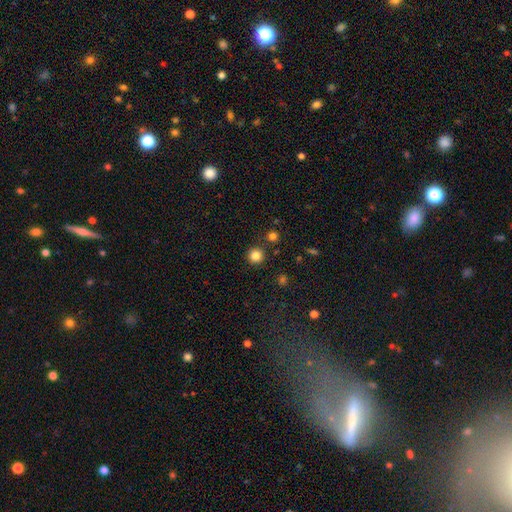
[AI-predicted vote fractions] smooth_or_featured: smooth (p=0.83) [alt: star or artifact p=0.13]
how_rounded: round (p=0.95) [alt: in between p=0.04]
merging: none (p=0.88) [alt: minor disturbance p=0.06]